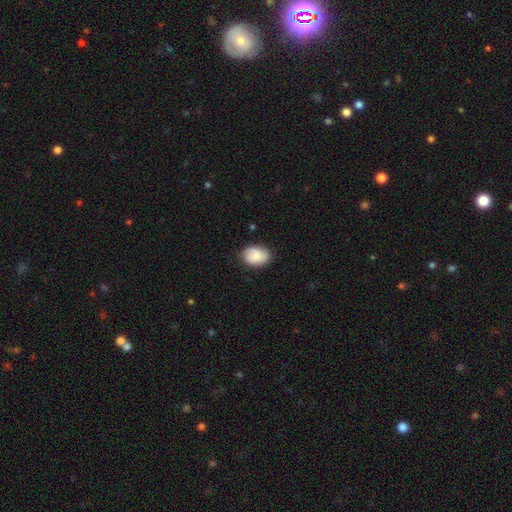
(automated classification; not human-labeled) smooth-or-featured: smooth: 79% | featured or disk: 15% | star or artifact: 7%
  how-rounded: in between: 77% | round: 22% | cigar-shaped: 1%
  merging: none: 79% | minor disturbance: 17% | major disturbance: 3% | merger: 1%